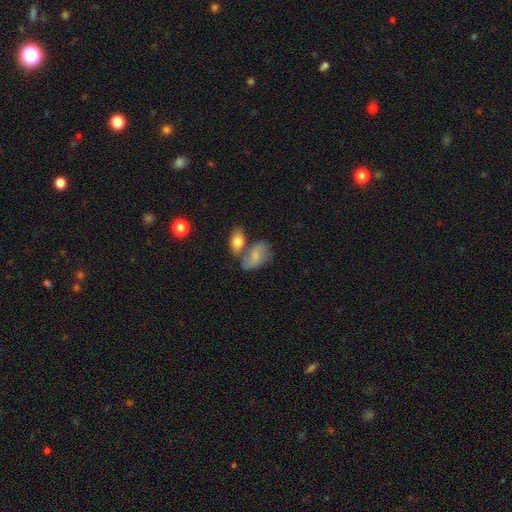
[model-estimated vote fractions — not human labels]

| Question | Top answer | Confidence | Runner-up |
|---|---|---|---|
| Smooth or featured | smooth | 70% | featured or disk (23%) |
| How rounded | in between | 87% | round (10%) |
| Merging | merger | 40% | none (34%) |